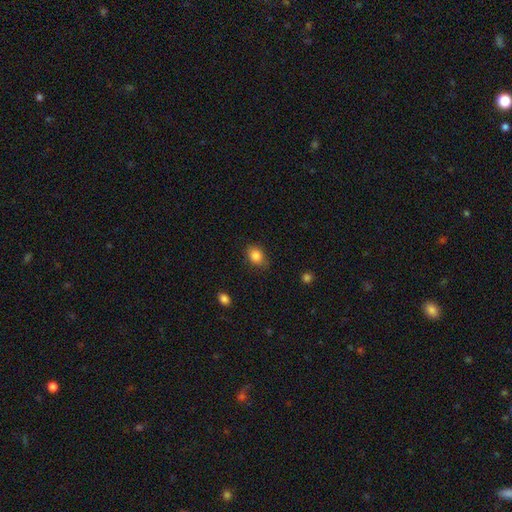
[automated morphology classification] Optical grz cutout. It shows a smooth galaxy with no disk features (85%) that is in between round and cigar-shaped (63%). Merging: none (78%).